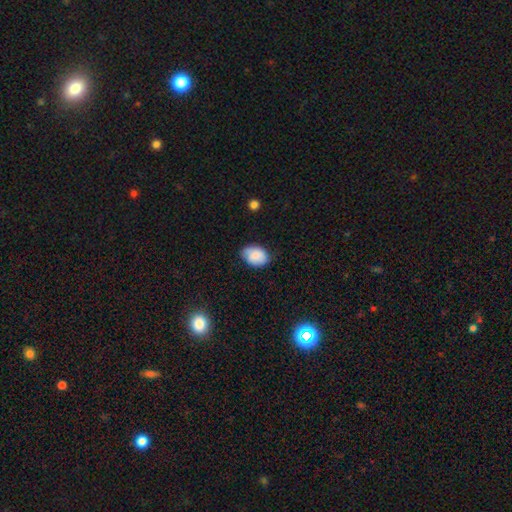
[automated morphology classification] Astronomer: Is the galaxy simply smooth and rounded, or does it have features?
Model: smooth — 80%.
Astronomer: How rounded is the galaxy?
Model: in between — 76%.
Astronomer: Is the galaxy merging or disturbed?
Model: none — 71%.